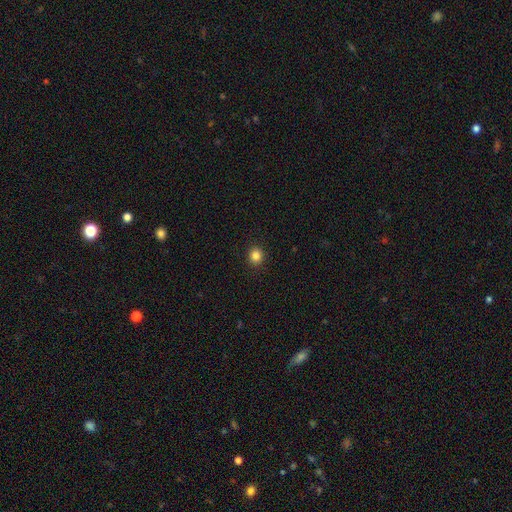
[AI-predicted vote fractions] Smooth or featured? smooth (84%)
How rounded? round (83%)
Merging? none (92%)